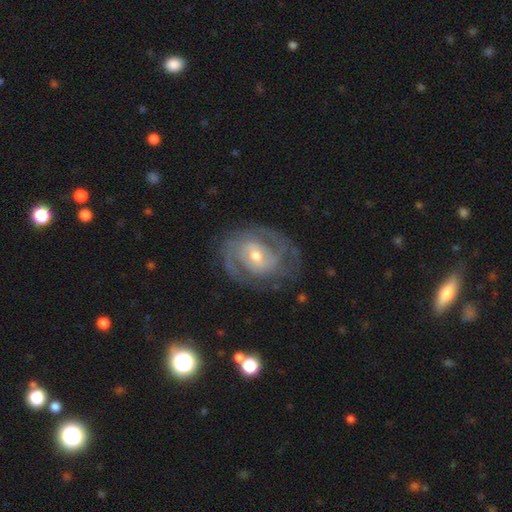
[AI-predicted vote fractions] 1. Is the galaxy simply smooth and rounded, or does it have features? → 86% featured or disk, 9% smooth, 6% star or artifact.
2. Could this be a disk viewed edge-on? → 97% no, 3% yes.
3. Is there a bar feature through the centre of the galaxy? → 43% weak, 38% no, 19% strong.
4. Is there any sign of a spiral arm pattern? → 92% yes, 8% no.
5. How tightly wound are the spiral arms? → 55% tight, 36% medium, 9% loose.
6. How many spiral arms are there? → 60% 2, 19% can't tell, 11% 3, 4% 1, 3% 4, 3% more than 4.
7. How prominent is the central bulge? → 50% small, 46% moderate, 3% large, 1% none, 1% dominant.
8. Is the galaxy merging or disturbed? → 75% none, 15% minor disturbance, 9% major disturbance, 1% merger.